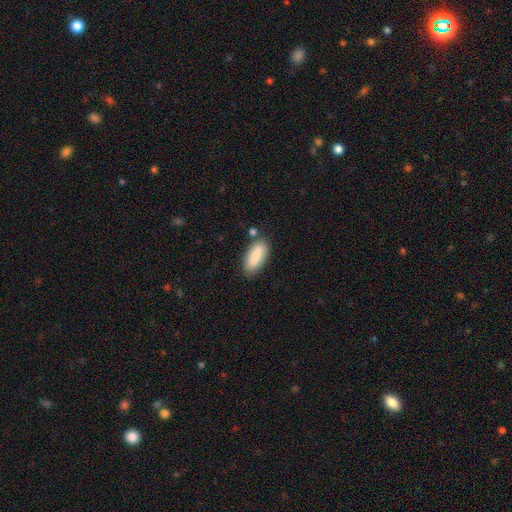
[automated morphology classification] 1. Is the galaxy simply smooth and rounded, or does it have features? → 85% smooth, 9% featured or disk, 6% star or artifact.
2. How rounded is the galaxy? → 79% in between, 19% cigar-shaped, 2% round.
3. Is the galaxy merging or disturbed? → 76% none, 14% minor disturbance, 6% merger, 3% major disturbance.